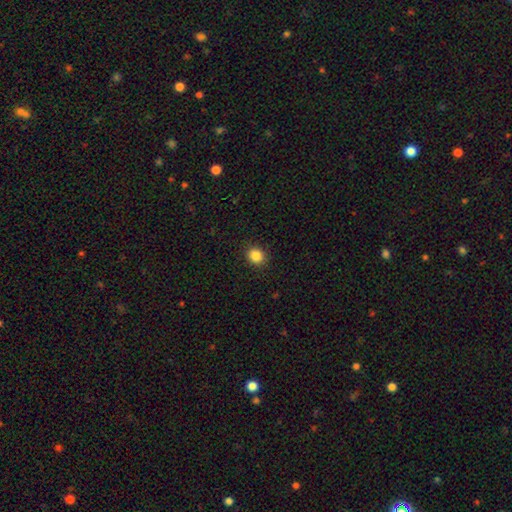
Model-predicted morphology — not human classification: This appears to be a smooth galaxy with no disk features (86%) that is round (77%). Merging: none (90%).